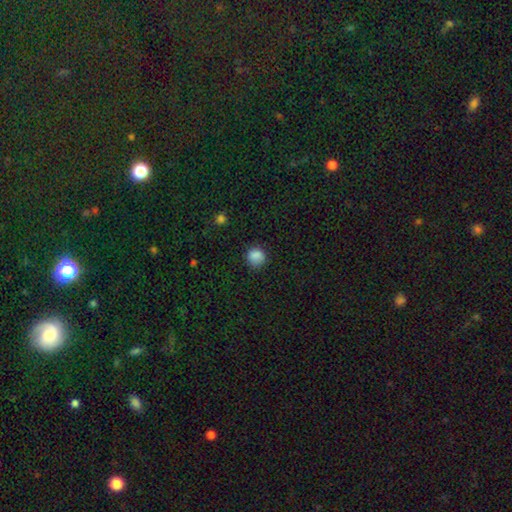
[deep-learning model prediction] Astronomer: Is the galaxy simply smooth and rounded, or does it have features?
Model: smooth — 85%.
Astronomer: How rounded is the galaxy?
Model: round — 84%.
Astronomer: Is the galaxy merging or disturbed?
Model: none — 79%.